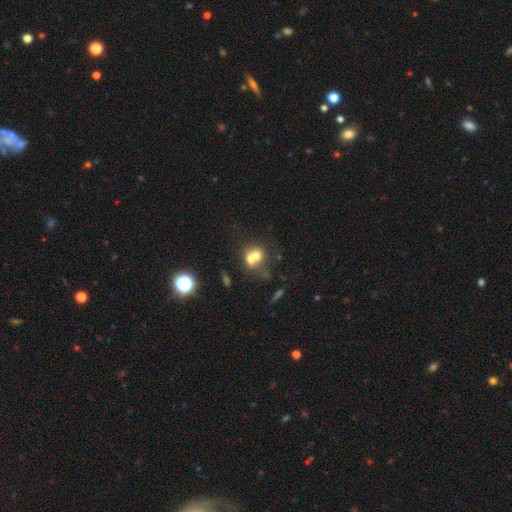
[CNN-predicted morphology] A smooth galaxy with no disk features (62%) that is round (74%).

Vote fractions:
- Smooth or featured? smooth: 62% / featured or disk: 25% / star or artifact: 14%
- How rounded? round: 74% / in between: 25% / cigar-shaped: 1%
- Merging? merger: 63% / none: 27% / minor disturbance: 6% / major disturbance: 4%